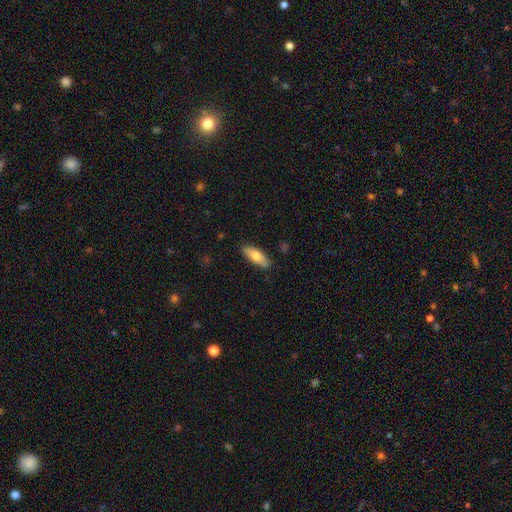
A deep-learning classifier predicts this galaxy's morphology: Smooth or featured? smooth (75%)
How rounded? in between (60%)
Merging? none (84%)